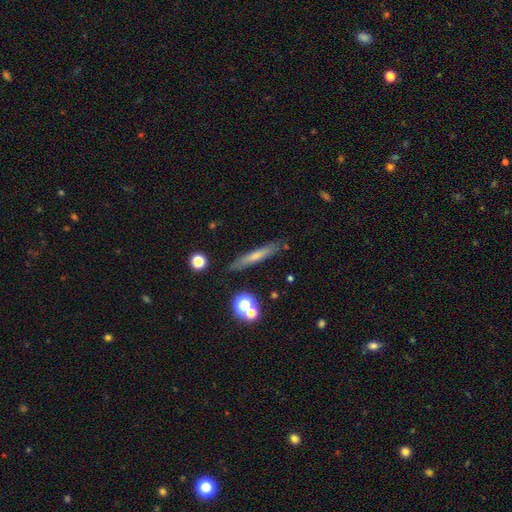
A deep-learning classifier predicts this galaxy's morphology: Q: Smooth or featured?
A: smooth (52%); runner-up: featured or disk (38%)
Q: How rounded?
A: cigar-shaped (91%); runner-up: in between (6%)
Q: Merging?
A: none (85%); runner-up: minor disturbance (10%)